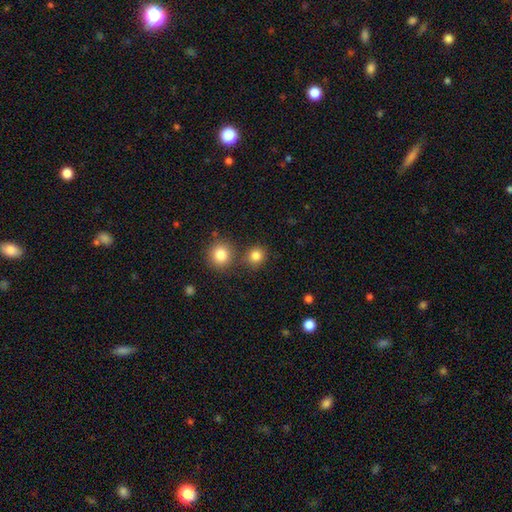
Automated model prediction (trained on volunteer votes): Morphology: type=smooth (83%); roundness=round (87%); merging=none (75%).